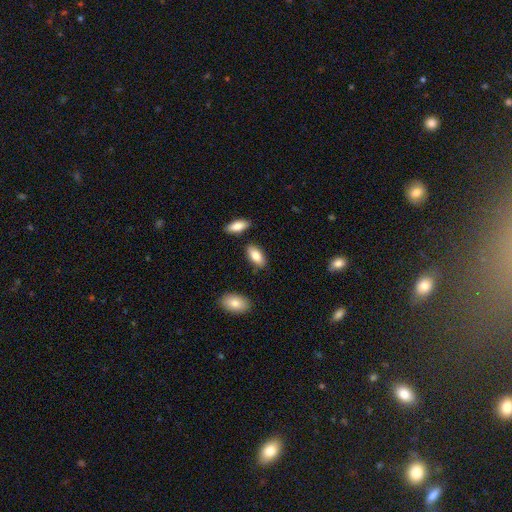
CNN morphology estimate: smooth 84%, featured or disk 10%, star or artifact 6%. Down the decision tree: how rounded — in between (90%); merging — none (83%).